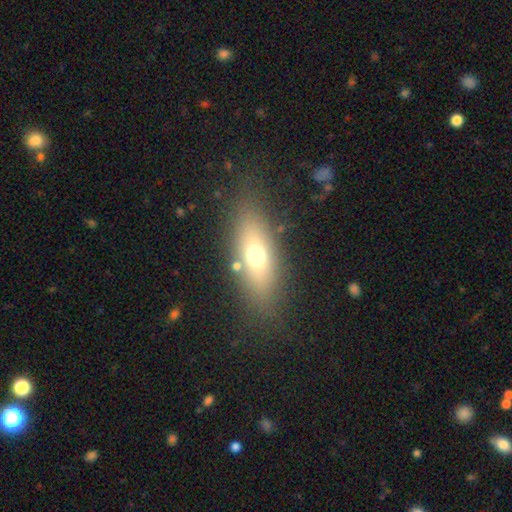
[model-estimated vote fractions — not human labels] This is likely a smooth galaxy (63%). How rounded: likely in between (66%). Merging: likely none (80%).